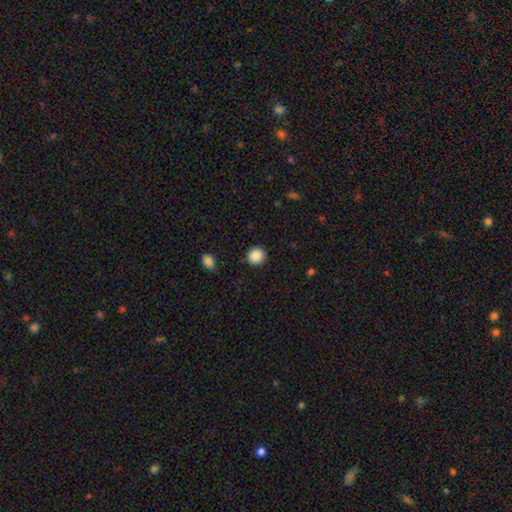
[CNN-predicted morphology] Q: Smooth or featured?
A: smooth (88%); runner-up: star or artifact (9%)
Q: How rounded?
A: round (90%); runner-up: in between (9%)
Q: Merging?
A: none (88%); runner-up: minor disturbance (8%)